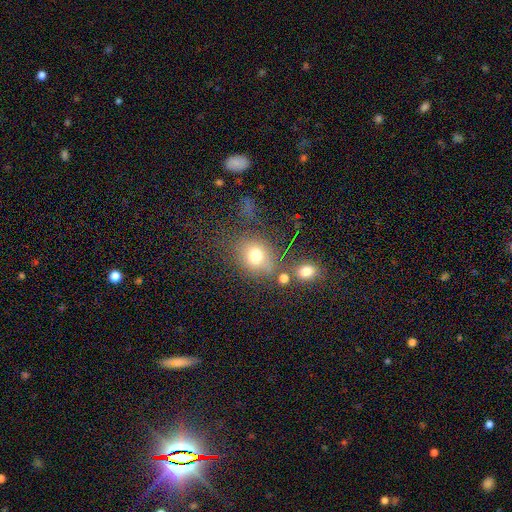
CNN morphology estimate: Smooth or featured?
  - smooth: 72% *
  - star or artifact: 16%
  - featured or disk: 12%
How rounded?
  - round: 57% *
  - in between: 41%
  - cigar-shaped: 2%
Merging?
  - none: 62% *
  - minor disturbance: 16%
  - merger: 12%
  - major disturbance: 9%